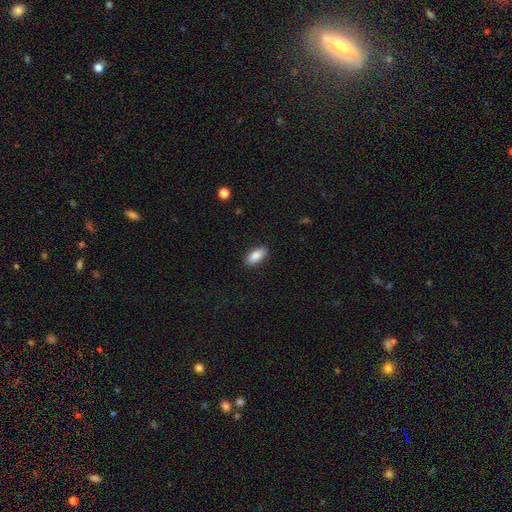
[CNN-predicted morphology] smooth 89%, star or artifact 7%, featured or disk 4%. Down the decision tree: how rounded — in between (91%); merging — none (89%).